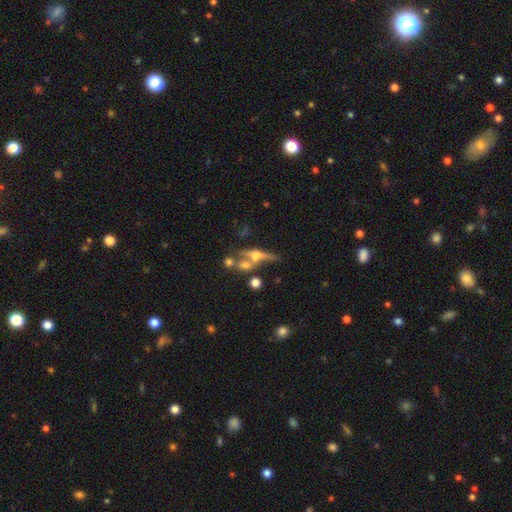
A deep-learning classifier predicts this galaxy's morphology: A featured or disk galaxy (60%) viewed edge-on (79%).

Vote fractions:
- Smooth or featured? featured or disk: 60% / smooth: 28% / star or artifact: 13%
- Edge-on disk? yes: 79% / no: 21%
- Merging? none: 45% / merger: 30% / minor disturbance: 14% / major disturbance: 11%